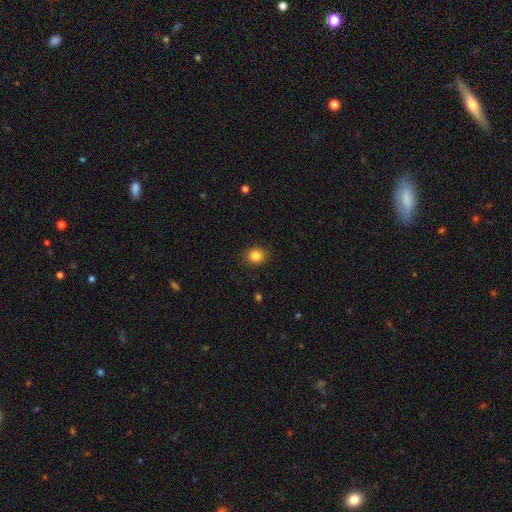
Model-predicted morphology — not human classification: type=smooth (85%); roundness=round (69%); merging=none (88%).